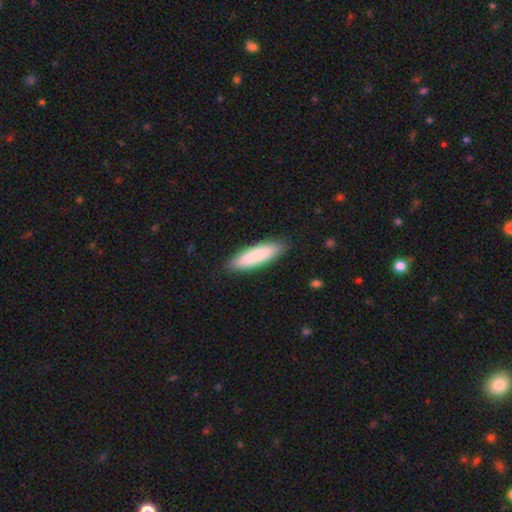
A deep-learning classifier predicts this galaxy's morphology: The model was most divided on "how rounded": cigar-shaped: 64%, in between: 35%, round: 1%. More confident: merging — none (88%); smooth or featured — smooth (85%).